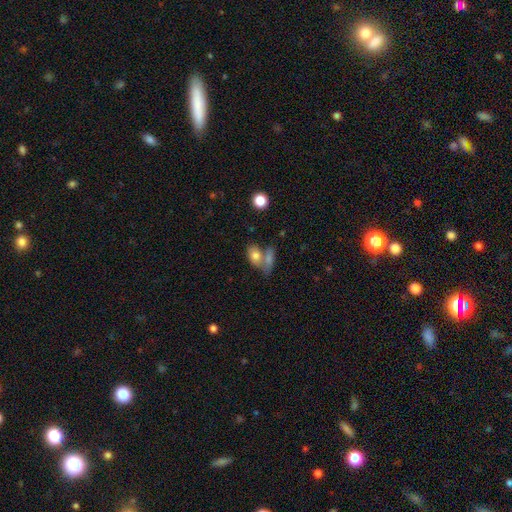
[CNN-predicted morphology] Smooth or featured? smooth (77%)
How rounded? in between (82%)
Merging? merger (48%)